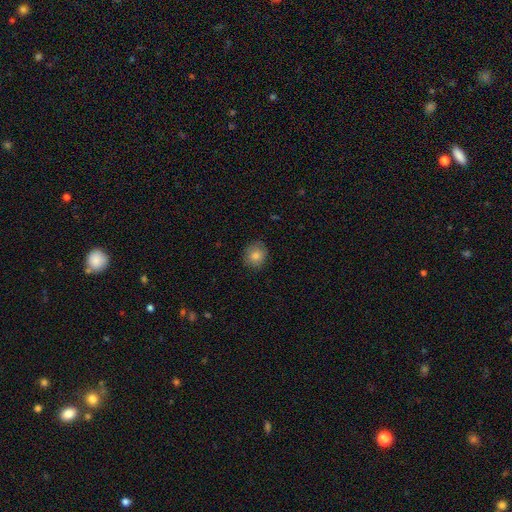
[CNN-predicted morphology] Smooth or featured? Predicted: smooth (p=0.80). How rounded? Predicted: round (p=0.77). Merging? Predicted: none (p=0.84).